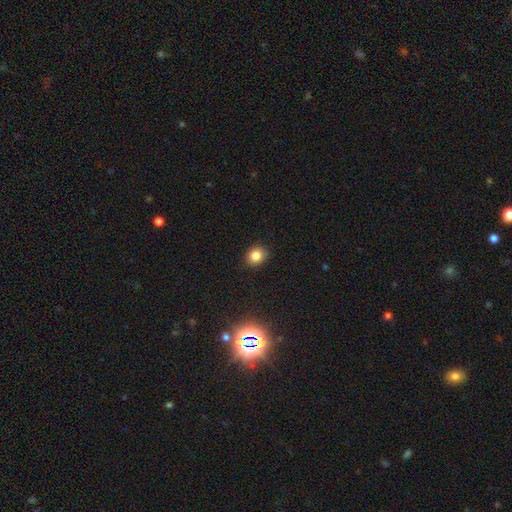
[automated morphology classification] smooth-or-featured: smooth: 82% | star or artifact: 12% | featured or disk: 6%
  how-rounded: round: 66% | in between: 33% | cigar-shaped: 1%
  merging: none: 88% | minor disturbance: 9% | major disturbance: 2% | merger: 1%